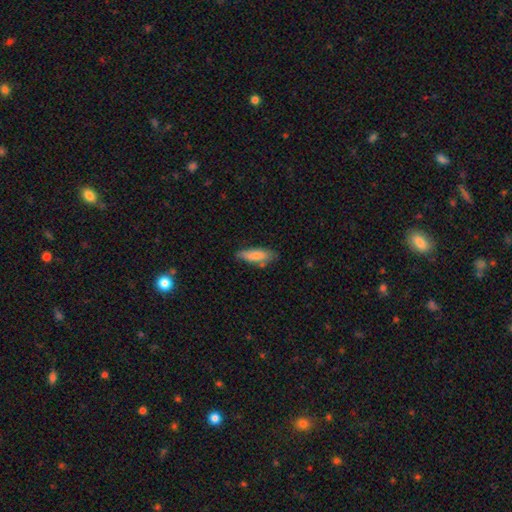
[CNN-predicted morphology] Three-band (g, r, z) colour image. It shows a smooth galaxy with no disk features (81%) that is in between round and cigar-shaped (57%). Merging: none (69%).